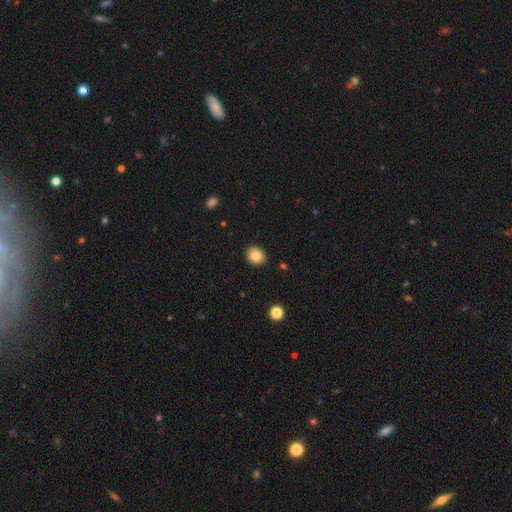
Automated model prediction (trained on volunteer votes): Smooth or featured: smooth — 81% (star or artifact — 10%)
How rounded: round — 62% (in between — 37%)
Merging: none — 91% (minor disturbance — 7%)